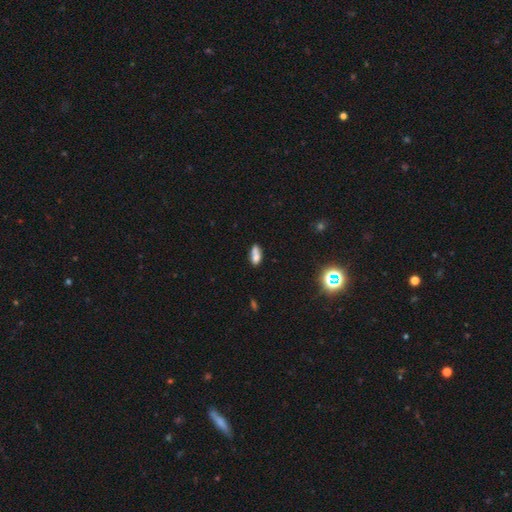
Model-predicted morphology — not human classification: This is likely a smooth galaxy (69%). How rounded: likely in between (78%). Merging: marginally merger (38%, tied with none).